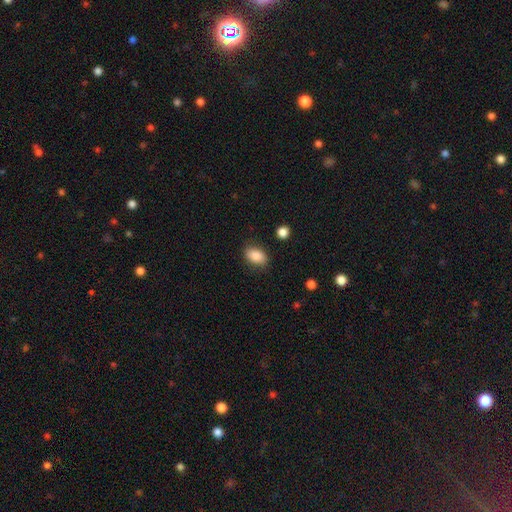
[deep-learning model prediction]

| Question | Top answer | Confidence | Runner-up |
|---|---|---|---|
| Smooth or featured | smooth | 86% | star or artifact (8%) |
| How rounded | in between | 86% | round (13%) |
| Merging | none | 83% | minor disturbance (12%) |